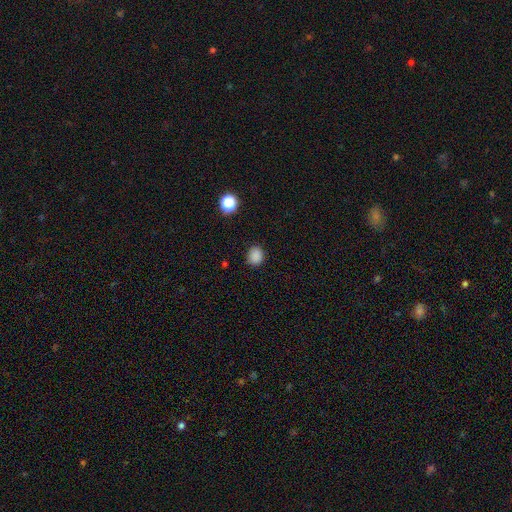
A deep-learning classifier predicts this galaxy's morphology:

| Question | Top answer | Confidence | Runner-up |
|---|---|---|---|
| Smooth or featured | smooth | 85% | star or artifact (12%) |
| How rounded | round | 66% | in between (33%) |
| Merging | none | 86% | minor disturbance (10%) |